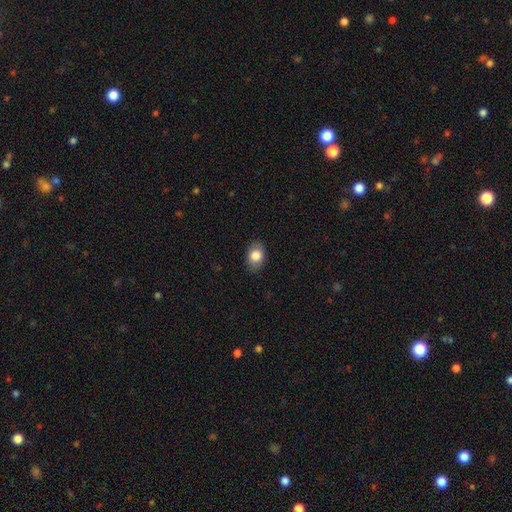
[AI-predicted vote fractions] Q: Smooth or featured?
A: smooth (82%); runner-up: featured or disk (10%)
Q: How rounded?
A: in between (82%); runner-up: round (16%)
Q: Merging?
A: none (86%); runner-up: minor disturbance (11%)